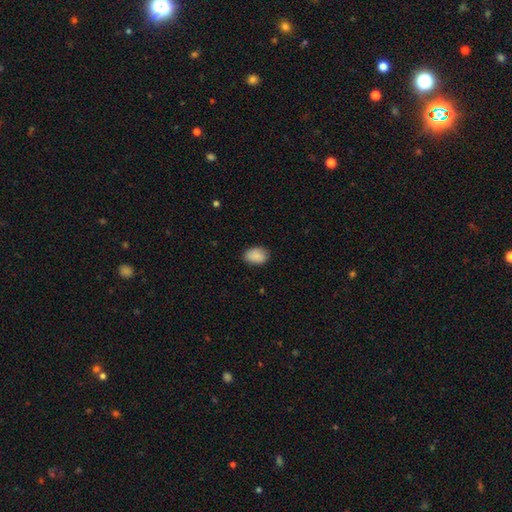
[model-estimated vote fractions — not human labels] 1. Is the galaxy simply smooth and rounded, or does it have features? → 89% smooth, 7% star or artifact, 5% featured or disk.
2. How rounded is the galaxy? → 84% in between, 15% round, 1% cigar-shaped.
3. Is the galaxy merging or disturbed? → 81% none, 15% minor disturbance, 3% major disturbance, 1% merger.